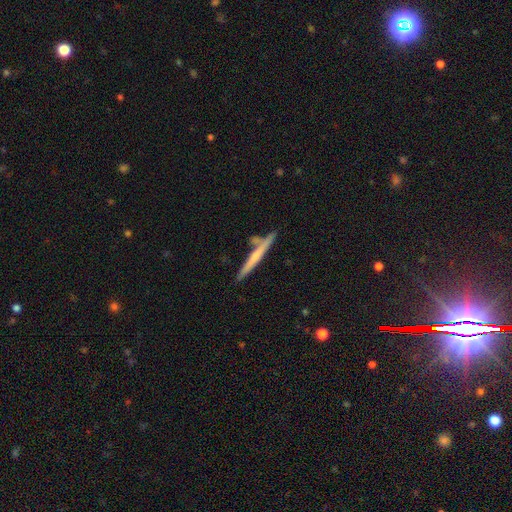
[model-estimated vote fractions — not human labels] Smooth or featured? featured or disk (50%)
Edge-on disk? yes (96%)
Merging? none (76%)